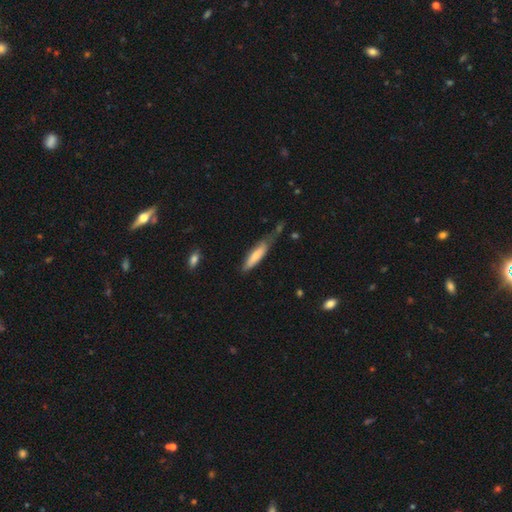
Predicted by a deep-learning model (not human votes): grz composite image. It shows a smooth galaxy with no disk features (74%) that is cigar-shaped (75%). Merging: none (47%).